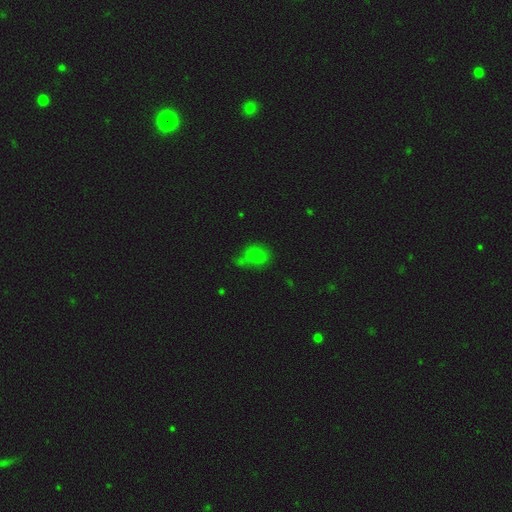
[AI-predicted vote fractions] This is likely a smooth galaxy (68%). How rounded: possibly round (50%). Merging: marginally none (38%).